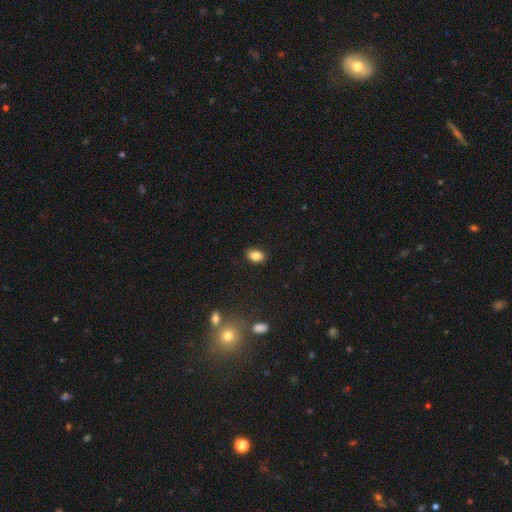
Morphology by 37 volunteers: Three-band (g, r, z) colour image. It shows a smooth galaxy with no disk features (92%) that is in between round and cigar-shaped (91%). Merging: none (89%).